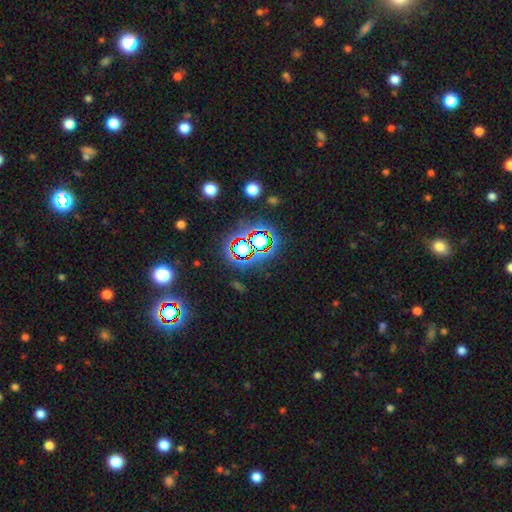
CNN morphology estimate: smooth_or_featured: star or artifact (p=0.79) [alt: smooth p=0.12]